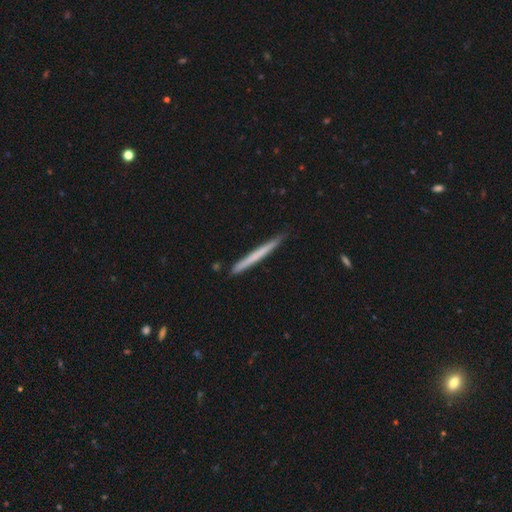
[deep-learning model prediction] Q: Smooth or featured?
A: smooth (59%); runner-up: featured or disk (36%)
Q: How rounded?
A: cigar-shaped (97%); runner-up: in between (1%)
Q: Merging?
A: none (89%); runner-up: minor disturbance (9%)